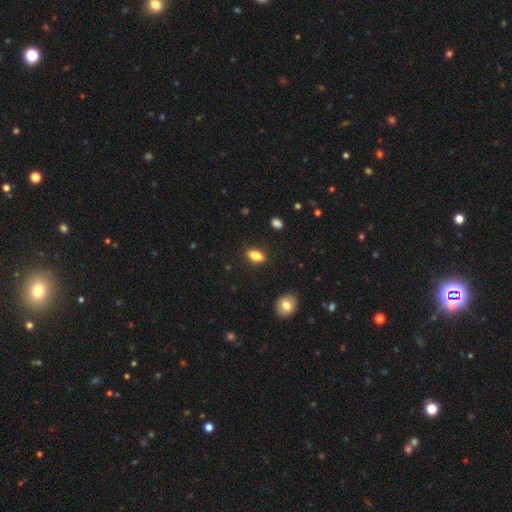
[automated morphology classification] This is likely a smooth galaxy (79%). How rounded: clearly in between (83%). Merging: clearly none (87%).